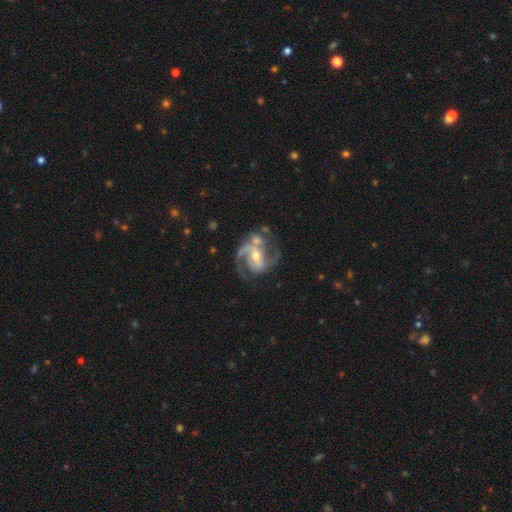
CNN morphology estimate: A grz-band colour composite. It shows a featured or disk galaxy (90%) with a weak bar (41%), 2 (81%) medium (58%) spiral arms (97%) and a moderate central bulge (60%). Merging: none (60%).